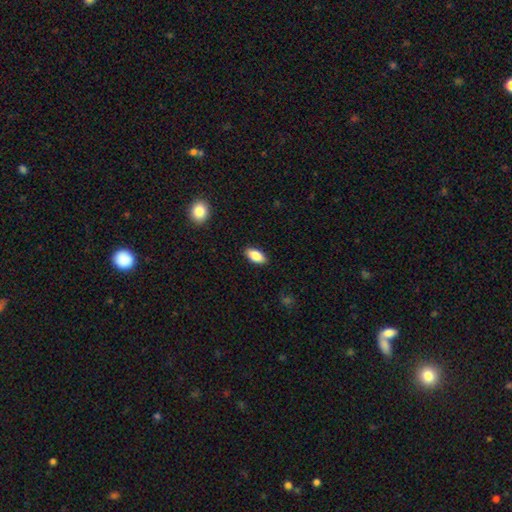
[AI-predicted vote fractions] Smooth or featured: smooth — 84% (featured or disk — 9%)
How rounded: in between — 91% (cigar-shaped — 7%)
Merging: none — 89% (minor disturbance — 8%)